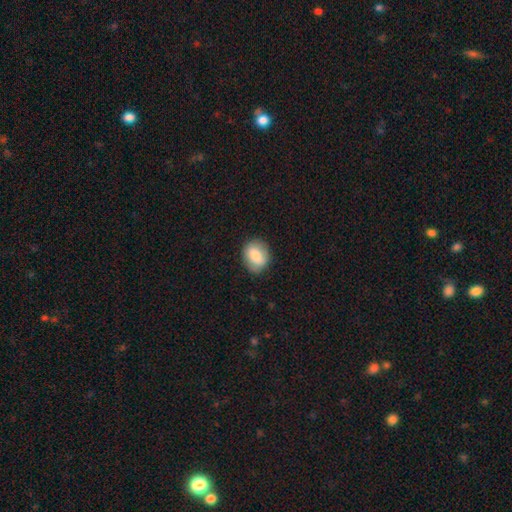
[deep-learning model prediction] This appears to be a smooth galaxy with no disk features (75%) that is round (51%). Merging: none (83%).